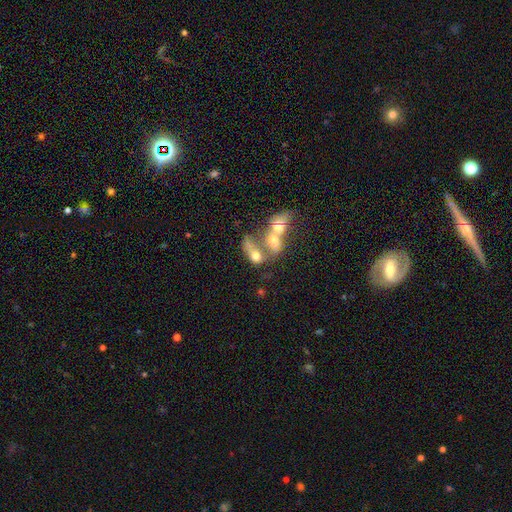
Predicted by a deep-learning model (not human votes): Morphology: type=smooth (57%); roundness=in between (69%); merging=merger (72%).